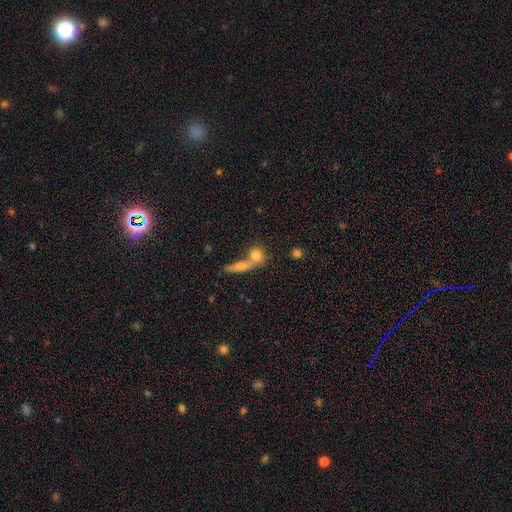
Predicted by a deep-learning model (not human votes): Smooth or featured? Predicted: smooth (p=0.73). How rounded? Predicted: round (p=0.59). Merging? Predicted: merger (p=0.45).